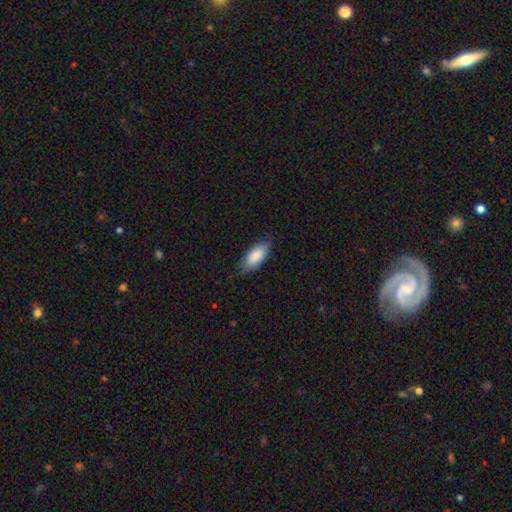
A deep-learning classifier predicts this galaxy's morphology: smooth-or-featured: smooth: 86% | featured or disk: 8% | star or artifact: 6%
  how-rounded: in between: 88% | cigar-shaped: 11% | round: 2%
  merging: none: 76% | minor disturbance: 19% | major disturbance: 3% | merger: 1%